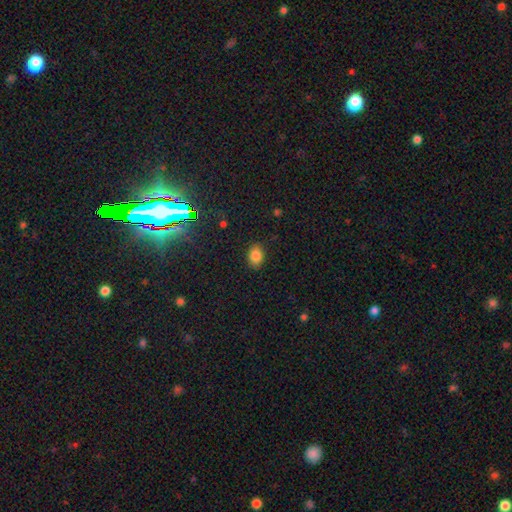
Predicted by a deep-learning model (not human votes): The model was most divided on "how rounded": in between: 76%, round: 23%, cigar-shaped: 1%. More confident: merging — none (87%); smooth or featured — smooth (83%).